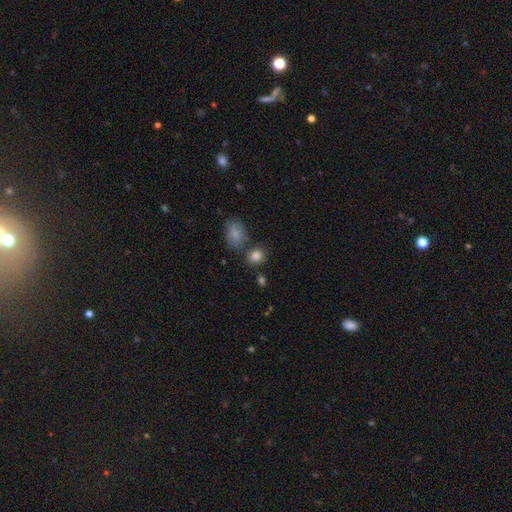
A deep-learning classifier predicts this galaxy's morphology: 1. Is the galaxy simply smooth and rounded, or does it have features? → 84% smooth, 10% star or artifact, 6% featured or disk.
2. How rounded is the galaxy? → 66% round, 33% in between, 1% cigar-shaped.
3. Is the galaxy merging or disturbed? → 67% none, 16% merger, 12% minor disturbance, 4% major disturbance.